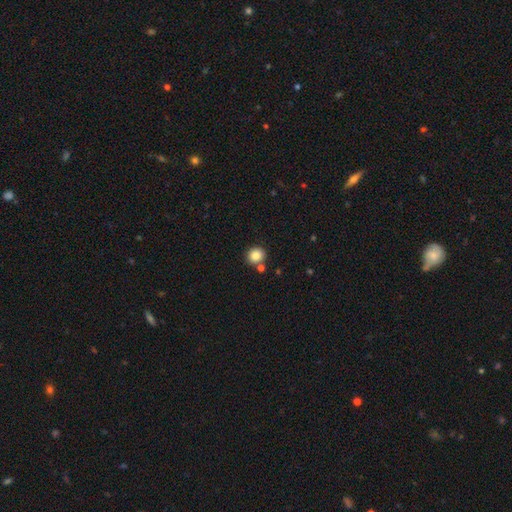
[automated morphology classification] Smooth or featured: smooth — 85% (star or artifact — 10%)
How rounded: round — 86% (in between — 13%)
Merging: none — 79% (merger — 11%)